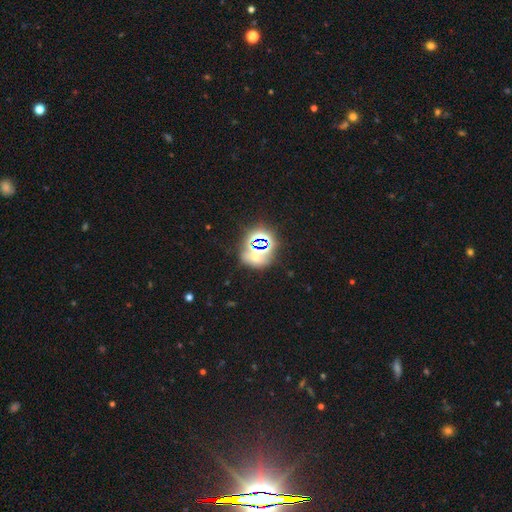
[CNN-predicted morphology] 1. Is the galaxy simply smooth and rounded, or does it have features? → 57% star or artifact, 31% smooth, 12% featured or disk.